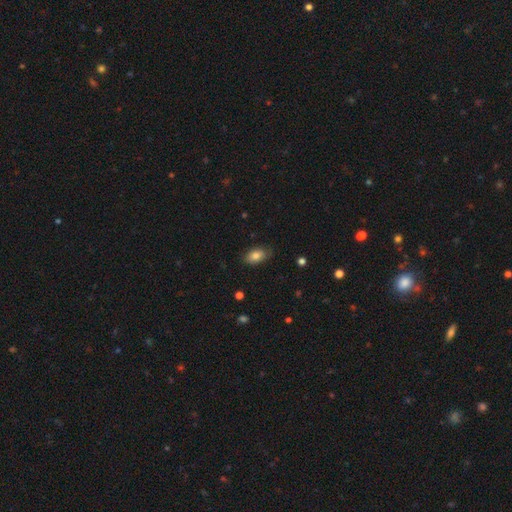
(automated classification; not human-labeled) smooth-or-featured: smooth: 82% | featured or disk: 10% | star or artifact: 8%
  how-rounded: in between: 90% | round: 8% | cigar-shaped: 2%
  merging: none: 80% | minor disturbance: 15% | major disturbance: 3% | merger: 1%